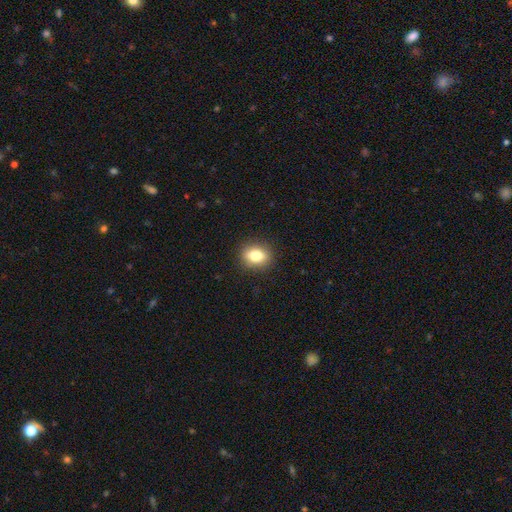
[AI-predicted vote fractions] This appears to be a smooth galaxy with no disk features (80%) that is in between round and cigar-shaped (57%). Merging: none (89%).